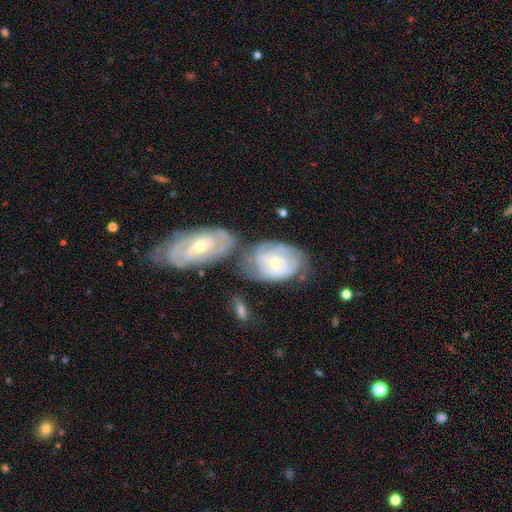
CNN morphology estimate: Smooth or featured?
  - featured or disk: 45% *
  - smooth: 35%
  - star or artifact: 20%
Merging?
  - none: 44% *
  - merger: 38%
  - minor disturbance: 11%
  - major disturbance: 7%